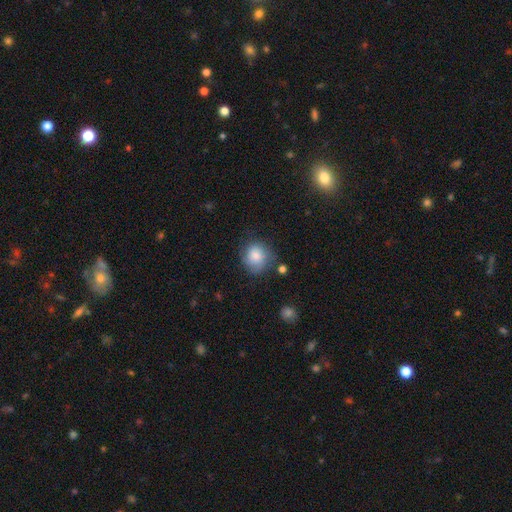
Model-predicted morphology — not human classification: type=smooth (76%); roundness=round (78%); merging=none (63%).